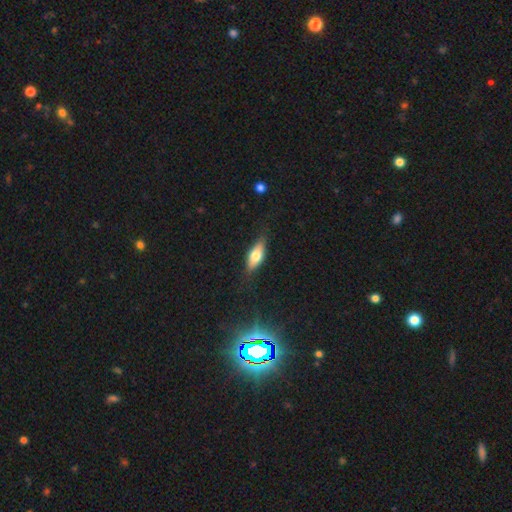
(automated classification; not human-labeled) Q: Smooth or featured?
A: smooth (65%); runner-up: featured or disk (28%)
Q: How rounded?
A: in between (72%); runner-up: cigar-shaped (25%)
Q: Merging?
A: none (80%); runner-up: minor disturbance (15%)